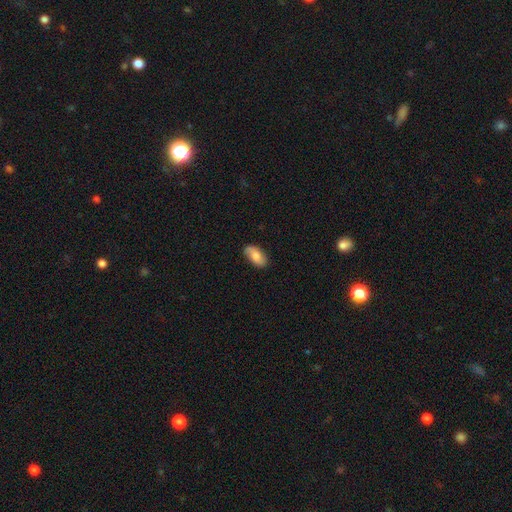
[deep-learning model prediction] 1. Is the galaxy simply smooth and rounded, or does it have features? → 74% smooth, 19% featured or disk, 7% star or artifact.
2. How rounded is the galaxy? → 93% in between, 4% cigar-shaped, 3% round.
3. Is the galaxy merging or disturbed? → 78% none, 17% minor disturbance, 3% major disturbance, 1% merger.